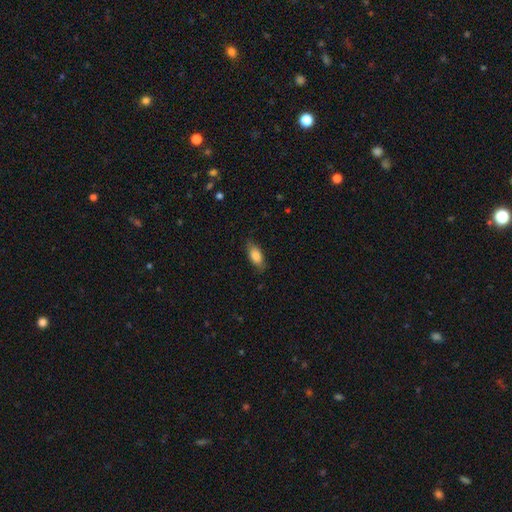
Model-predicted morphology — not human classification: type=smooth (84%); roundness=in between (85%); merging=none (80%).